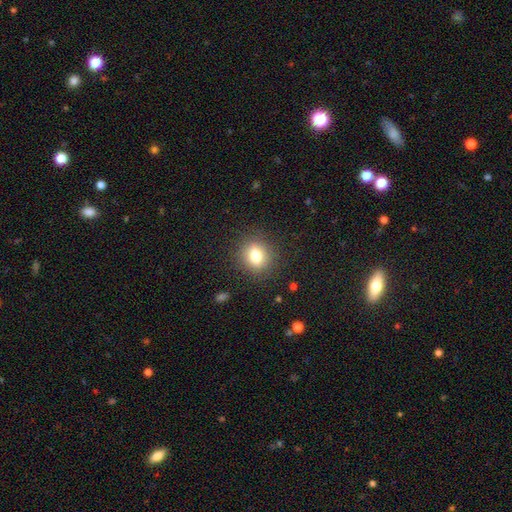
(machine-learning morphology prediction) Smooth or featured: smooth — 77% (star or artifact — 11%)
How rounded: round — 66% (in between — 33%)
Merging: none — 87% (minor disturbance — 9%)